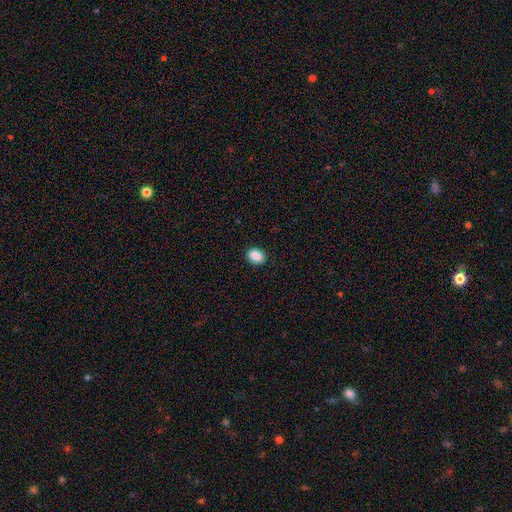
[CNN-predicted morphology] Smooth or featured? Predicted: smooth (p=0.87). How rounded? Predicted: in between (p=0.59). Merging? Predicted: none (p=0.91).